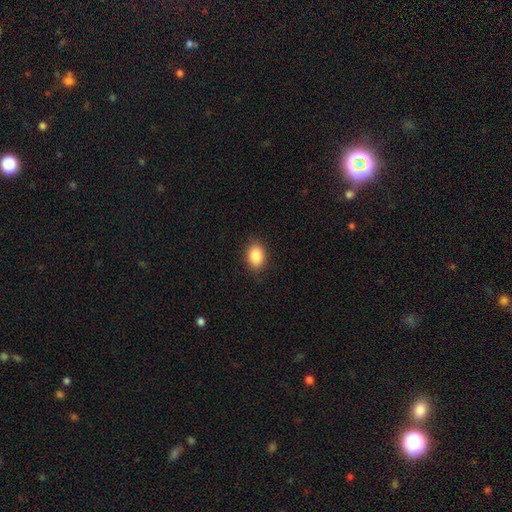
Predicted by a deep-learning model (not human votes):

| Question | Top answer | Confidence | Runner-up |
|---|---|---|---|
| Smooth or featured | smooth | 88% | star or artifact (8%) |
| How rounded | in between | 79% | round (19%) |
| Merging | none | 88% | minor disturbance (9%) |